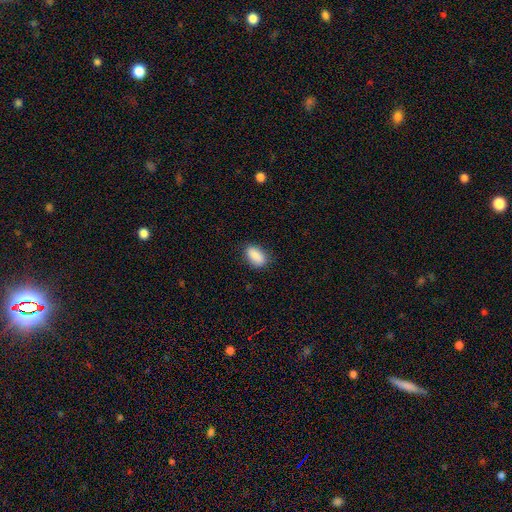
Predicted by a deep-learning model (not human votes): smooth-or-featured: smooth: 88% | star or artifact: 7% | featured or disk: 5%
  how-rounded: in between: 89% | round: 6% | cigar-shaped: 4%
  merging: none: 82% | minor disturbance: 14% | major disturbance: 3% | merger: 1%